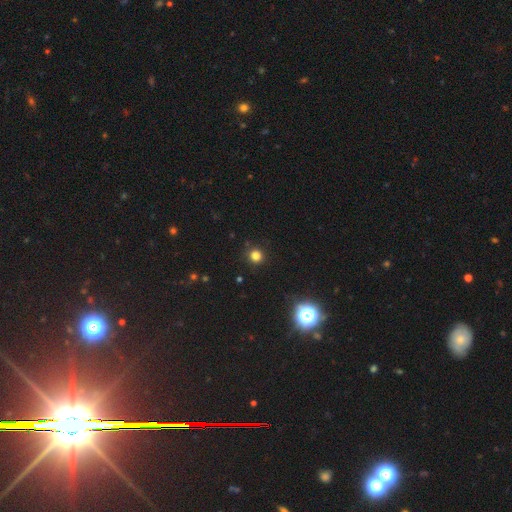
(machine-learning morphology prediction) The model was most divided on "smooth or featured": smooth: 79%, star or artifact: 17%, featured or disk: 4%. More confident: how rounded — round (93%); merging — none (90%).